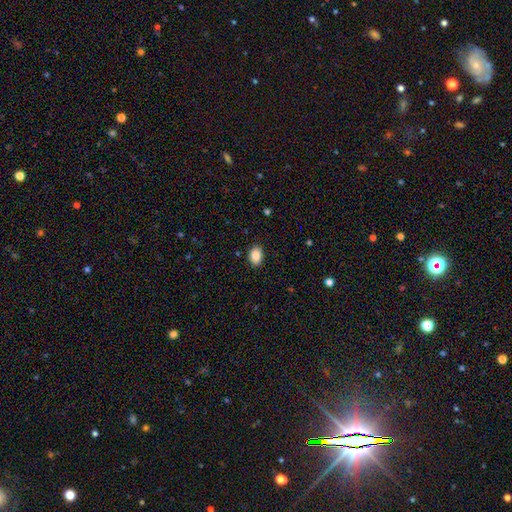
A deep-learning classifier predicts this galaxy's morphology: Smooth or featured? Predicted: smooth (p=0.88). How rounded? Predicted: in between (p=0.83). Merging? Predicted: none (p=0.89).